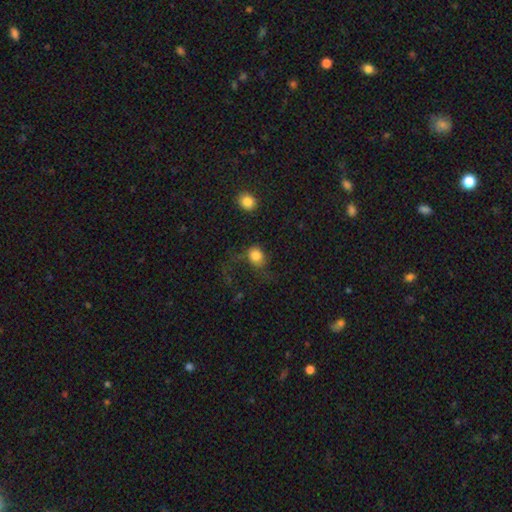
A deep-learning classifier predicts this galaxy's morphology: The model was most divided on "merging": none: 43%, major disturbance: 31%, minor disturbance: 20%, merger: 5%. More confident: smooth or featured — smooth (82%); how rounded — round (67%).